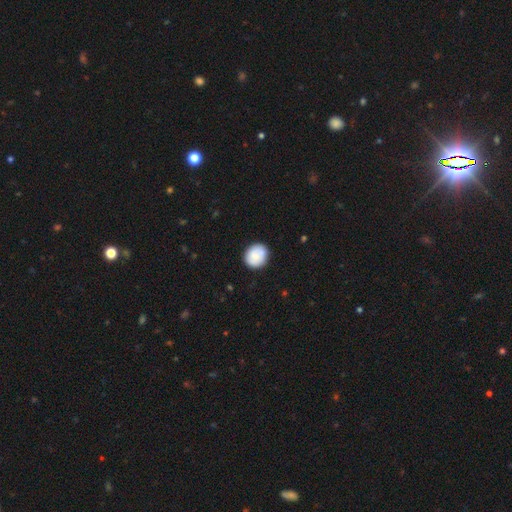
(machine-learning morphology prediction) Smooth or featured?
  - smooth: 79% *
  - featured or disk: 14%
  - star or artifact: 7%
How rounded?
  - round: 74% *
  - in between: 25%
  - cigar-shaped: 1%
Merging?
  - none: 84% *
  - minor disturbance: 12%
  - major disturbance: 2%
  - merger: 1%